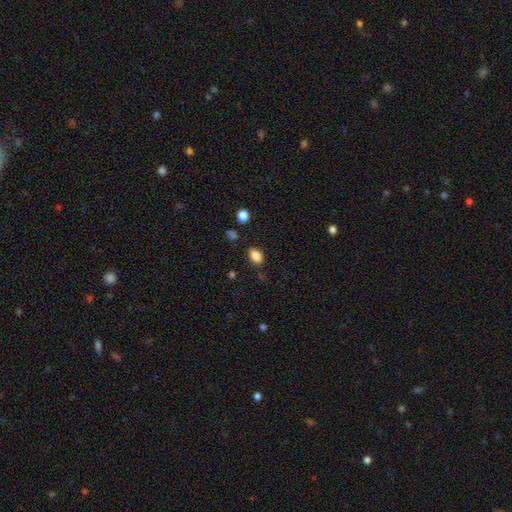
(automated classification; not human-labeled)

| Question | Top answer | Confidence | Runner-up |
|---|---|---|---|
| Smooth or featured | smooth | 87% | star or artifact (9%) |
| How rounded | in between | 80% | round (18%) |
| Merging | none | 82% | minor disturbance (12%) |